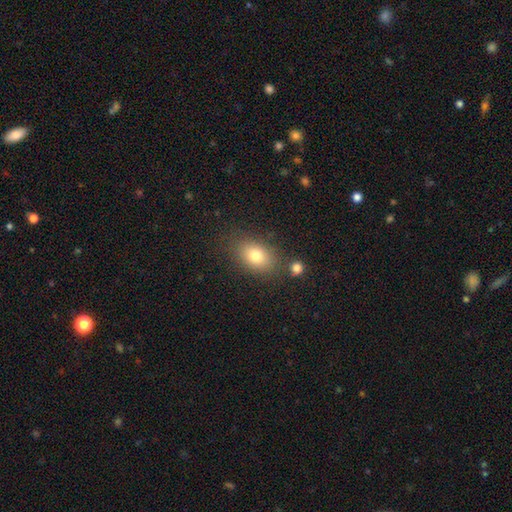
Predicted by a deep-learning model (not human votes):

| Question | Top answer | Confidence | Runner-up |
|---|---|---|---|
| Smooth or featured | smooth | 78% | featured or disk (11%) |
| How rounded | in between | 76% | round (22%) |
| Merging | none | 76% | minor disturbance (13%) |